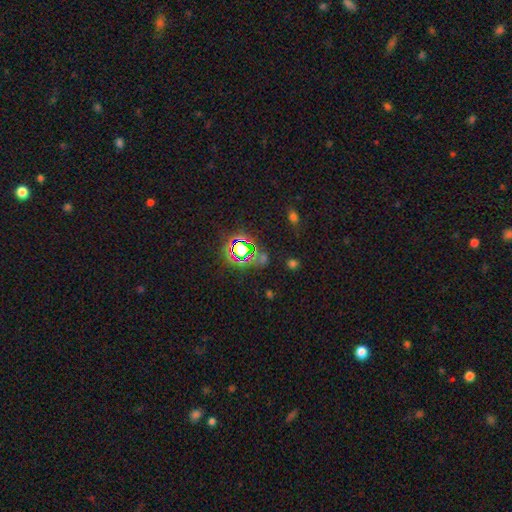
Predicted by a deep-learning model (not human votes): smooth_or_featured: star or artifact (p=0.73) [alt: smooth p=0.17]